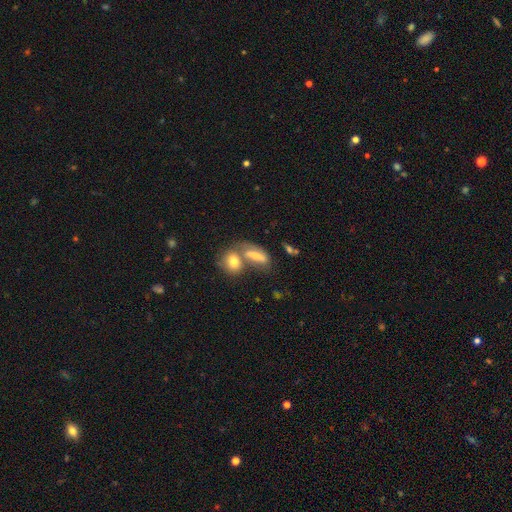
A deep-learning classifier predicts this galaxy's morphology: The model was most divided on "merging": merger: 54%, none: 29%, minor disturbance: 11%, major disturbance: 6%. More confident: how rounded — in between (72%); smooth or featured — smooth (62%).